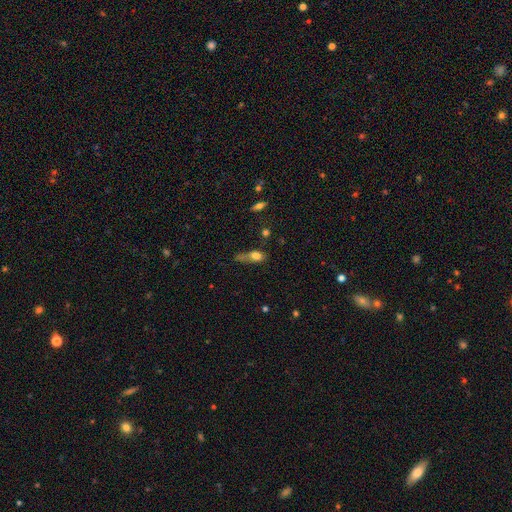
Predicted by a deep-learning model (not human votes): A smooth galaxy with no disk features (73%) that is in between round and cigar-shaped (67%).

Vote fractions:
- Smooth or featured? smooth: 73% / featured or disk: 15% / star or artifact: 12%
- How rounded? in between: 67% / round: 17% / cigar-shaped: 16%
- Merging? none: 30% / major disturbance: 28% / minor disturbance: 27% / merger: 15%